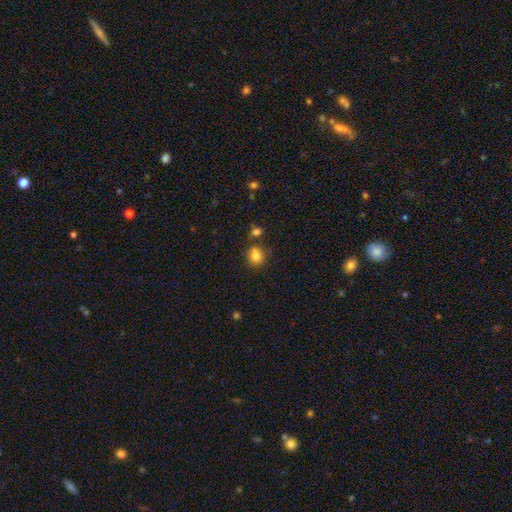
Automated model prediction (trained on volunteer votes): This is clearly a smooth galaxy (81%). How rounded: likely round (67%). Merging: likely none (65%).